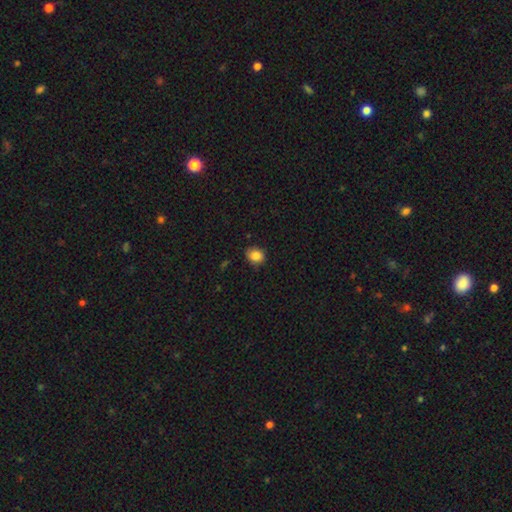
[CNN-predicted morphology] smooth 86%, star or artifact 9%, featured or disk 5%. Down the decision tree: how rounded — round (53%); merging — none (80%).